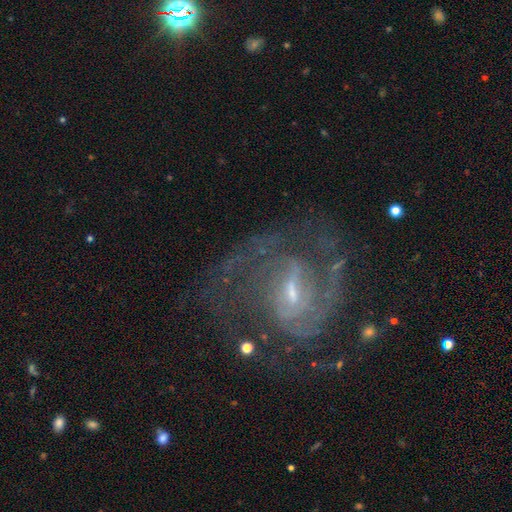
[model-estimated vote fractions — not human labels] The model was most divided on "spiral winding": medium: 49%, tight: 38%, loose: 13%. More confident: edge-on disk — no (97%); spiral arms — yes (95%); smooth or featured — featured or disk (85%); bulge size — small (68%); merging — none (65%); spiral arm count — 2 (55%); bar — weak (54%).